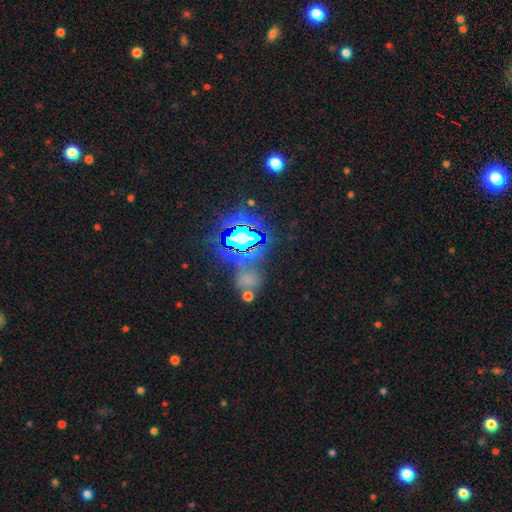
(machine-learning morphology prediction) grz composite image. It shows a star or artifact, not a galaxy (83%).